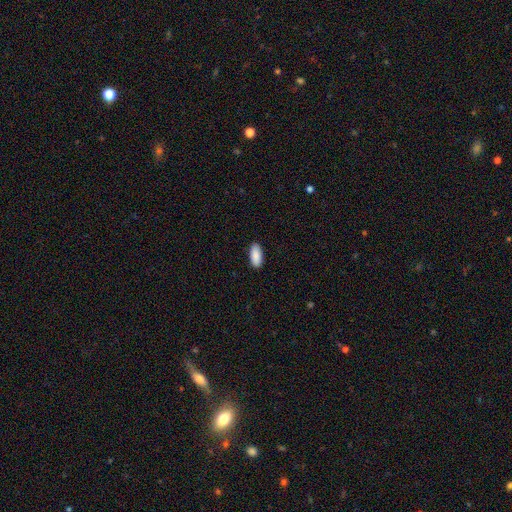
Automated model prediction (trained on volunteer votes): Morphology: type=smooth (90%); roundness=in between (90%); merging=none (90%).